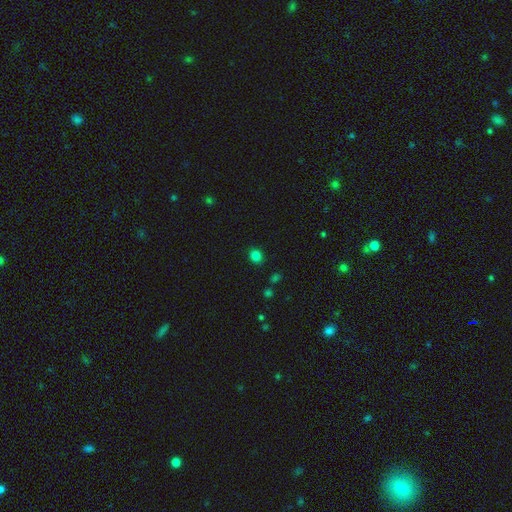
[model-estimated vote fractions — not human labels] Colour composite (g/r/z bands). It shows a smooth galaxy with no disk features (82%) that is round (70%). Merging: none (89%).